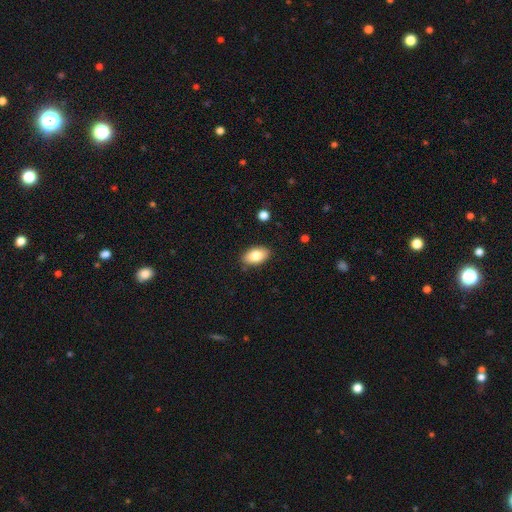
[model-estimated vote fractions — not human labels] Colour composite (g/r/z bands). It shows a smooth galaxy with no disk features (81%) that is in between round and cigar-shaped (93%). Merging: none (87%).